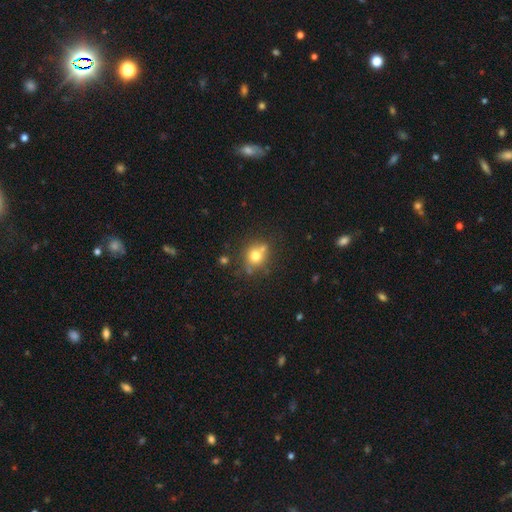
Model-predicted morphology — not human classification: A smooth galaxy with no disk features (71%) that is round (76%).

Vote fractions:
- Smooth or featured? smooth: 71% / featured or disk: 16% / star or artifact: 13%
- How rounded? round: 76% / in between: 23% / cigar-shaped: 1%
- Merging? none: 61% / merger: 19% / minor disturbance: 15% / major disturbance: 5%